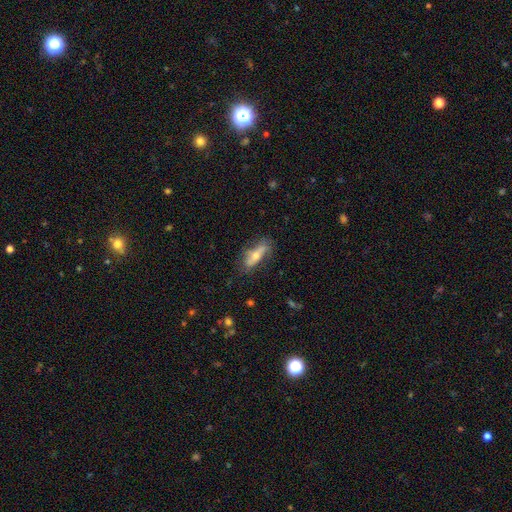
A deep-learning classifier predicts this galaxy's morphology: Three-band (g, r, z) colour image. It shows a featured or disk galaxy (49%). Merging: none (67%).